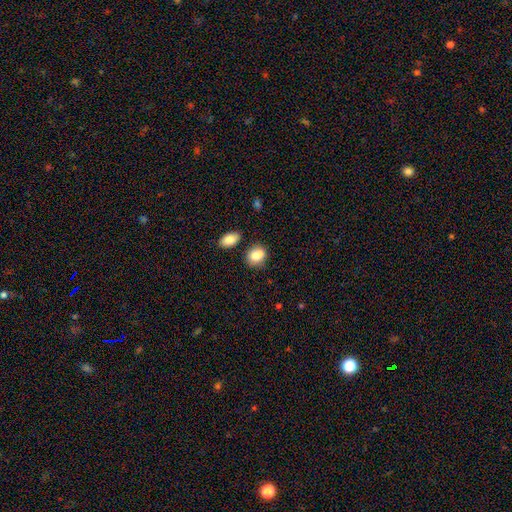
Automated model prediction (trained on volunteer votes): Smooth or featured? Predicted: smooth (p=0.80). How rounded? Predicted: in between (p=0.51). Merging? Predicted: none (p=0.52).